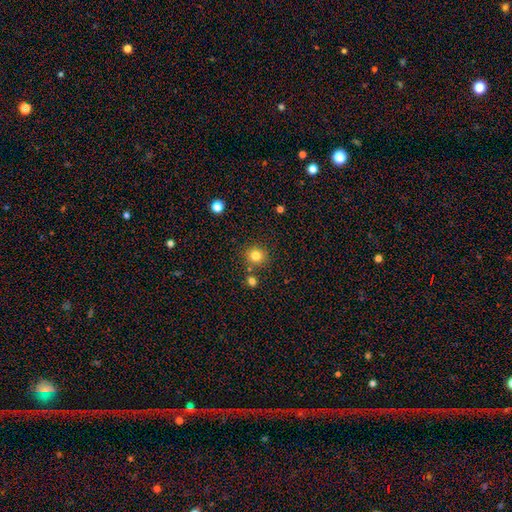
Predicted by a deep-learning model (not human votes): The model was most divided on "smooth or featured": smooth: 81%, star or artifact: 13%, featured or disk: 6%. More confident: how rounded — round (88%); merging — none (82%).